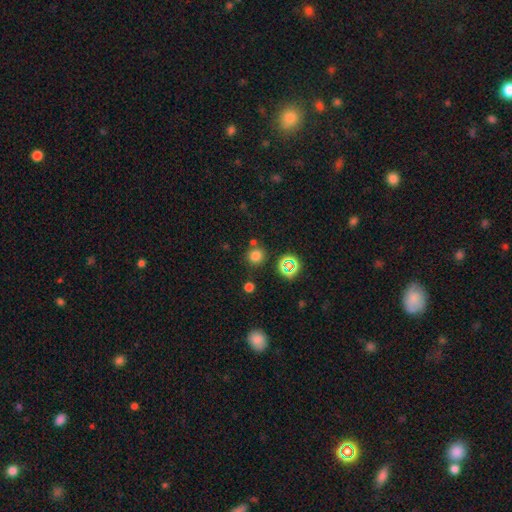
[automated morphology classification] smooth_or_featured: smooth (p=0.72) [alt: star or artifact p=0.22]
how_rounded: round (p=0.91) [alt: in between p=0.08]
merging: none (p=0.78) [alt: merger p=0.10]